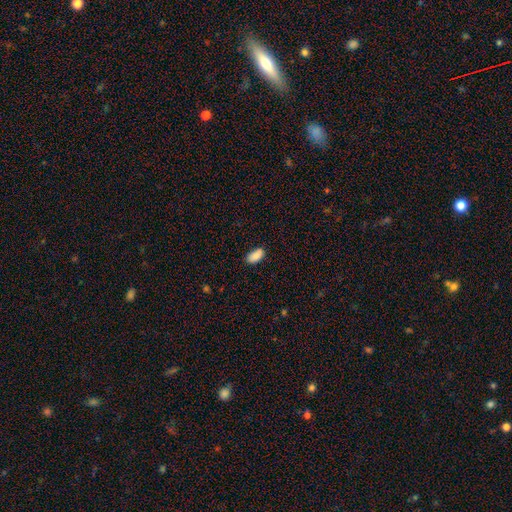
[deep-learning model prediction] smooth 88%, star or artifact 8%, featured or disk 4%. Down the decision tree: how rounded — in between (93%); merging — none (79%).